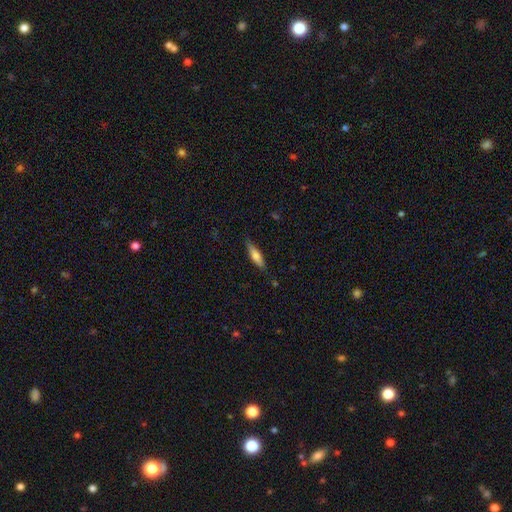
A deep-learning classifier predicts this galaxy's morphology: smooth 65%, featured or disk 29%, star or artifact 6%. Down the decision tree: how rounded — cigar-shaped (66%); merging — none (82%).